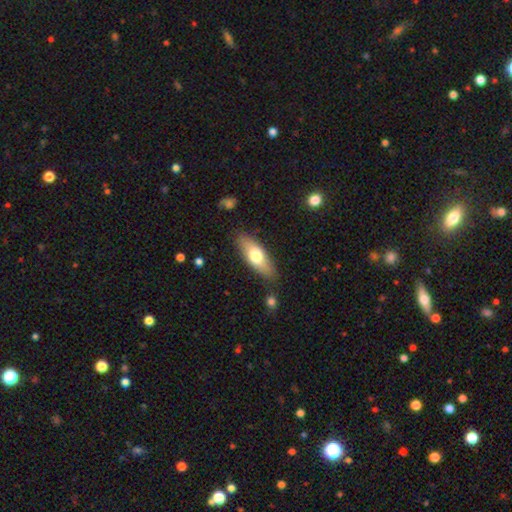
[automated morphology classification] Q: Smooth or featured?
A: smooth (66%); runner-up: featured or disk (28%)
Q: How rounded?
A: in between (65%); runner-up: cigar-shaped (32%)
Q: Merging?
A: none (84%); runner-up: minor disturbance (12%)